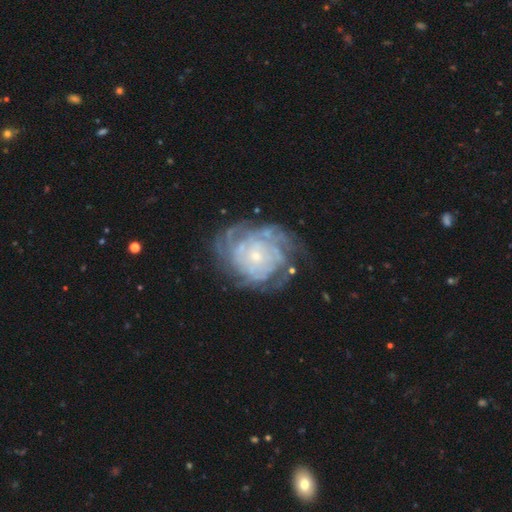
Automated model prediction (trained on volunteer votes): A featured or disk galaxy (83%) with no bar (82%), tight (76%) spiral arms (91%) and a small central bulge (81%). Merging: none (67%).